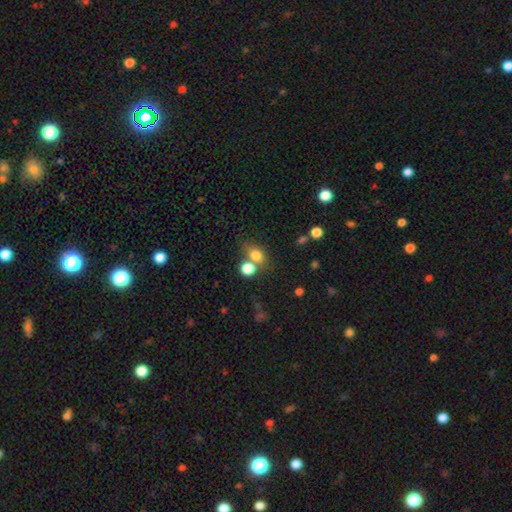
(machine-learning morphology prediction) This is likely a smooth galaxy (77%). How rounded: possibly in between (58%). Merging: possibly none (53%).